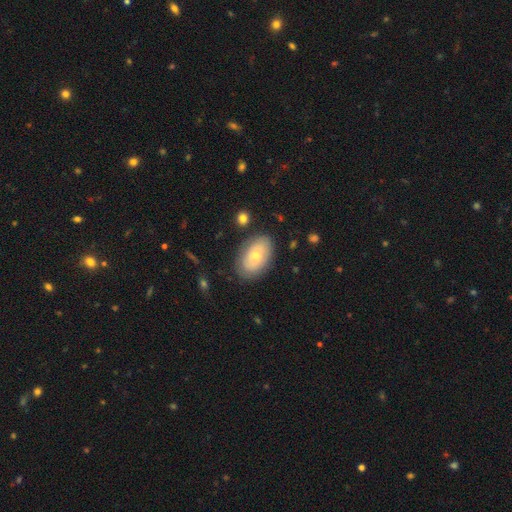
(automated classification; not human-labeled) The model was most divided on "smooth or featured": smooth: 53%, featured or disk: 40%, star or artifact: 7%. More confident: how rounded — in between (89%); merging — none (79%).